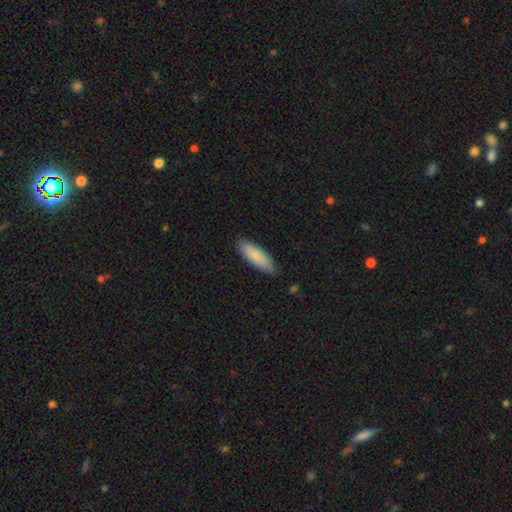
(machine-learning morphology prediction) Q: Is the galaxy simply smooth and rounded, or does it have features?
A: smooth — 86%.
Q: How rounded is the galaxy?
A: in between — 51%.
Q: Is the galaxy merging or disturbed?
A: none — 84%.